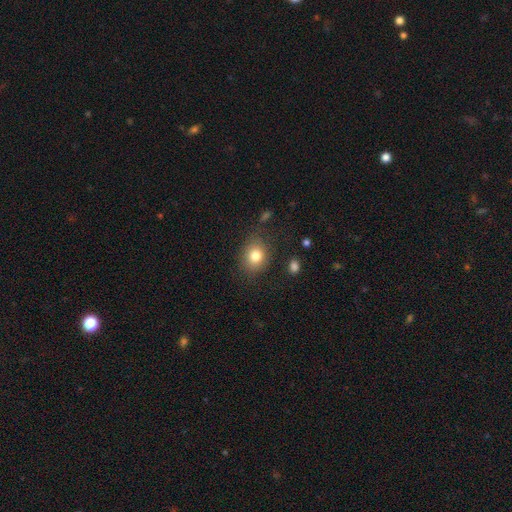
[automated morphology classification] Smooth or featured? Predicted: smooth (p=0.79). How rounded? Predicted: round (p=0.58). Merging? Predicted: none (p=0.80).